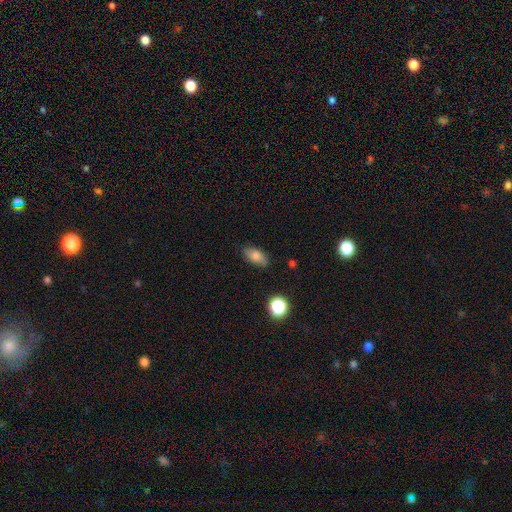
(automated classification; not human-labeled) Smooth or featured?
  - smooth: 80% *
  - featured or disk: 11%
  - star or artifact: 9%
How rounded?
  - in between: 85% *
  - cigar-shaped: 10%
  - round: 6%
Merging?
  - none: 83% *
  - minor disturbance: 12%
  - major disturbance: 3%
  - merger: 1%